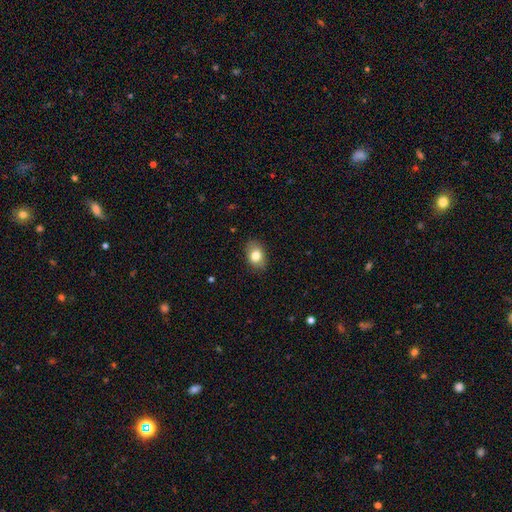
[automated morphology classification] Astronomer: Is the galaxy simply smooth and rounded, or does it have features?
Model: smooth — 81%.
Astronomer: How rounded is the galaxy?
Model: in between — 79%.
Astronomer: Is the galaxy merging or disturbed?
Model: none — 85%.